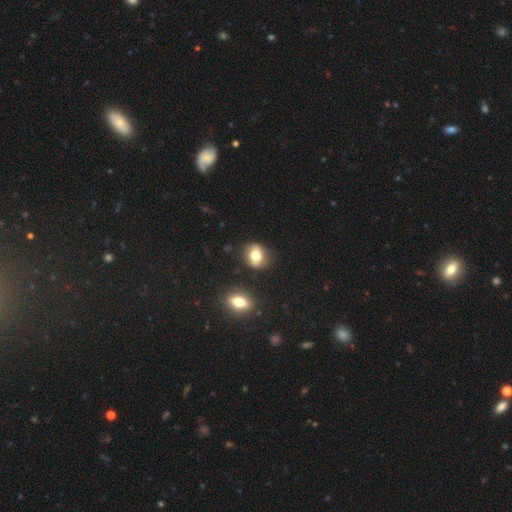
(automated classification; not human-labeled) Smooth or featured? Predicted: smooth (p=0.74). How rounded? Predicted: round (p=0.51). Merging? Predicted: none (p=0.80).